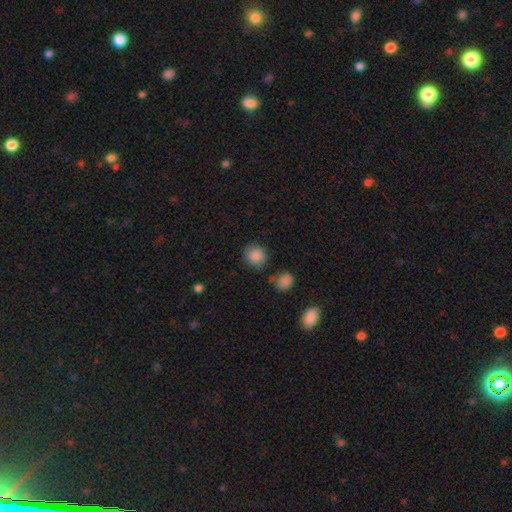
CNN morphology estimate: type=smooth (87%); roundness=round (89%); merging=none (79%).